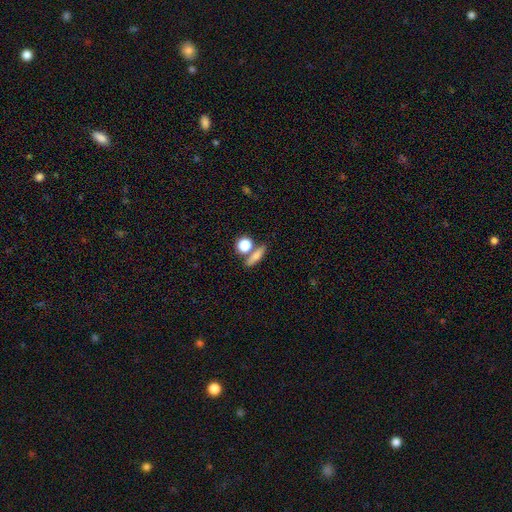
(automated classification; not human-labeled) smooth 73%, featured or disk 17%, star or artifact 10%. Down the decision tree: how rounded — cigar-shaped (43%); merging — none (67%).